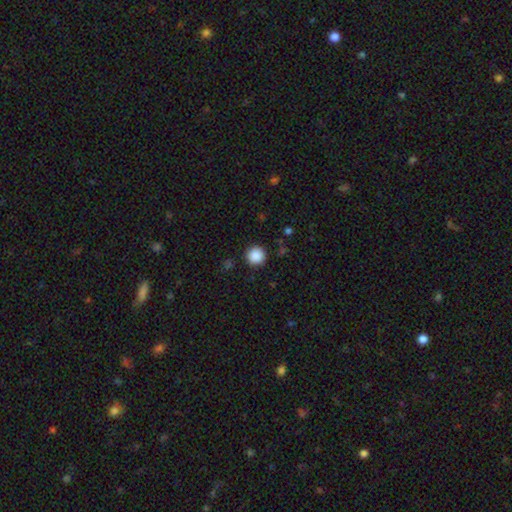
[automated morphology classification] Smooth or featured?
  - smooth: 88% *
  - star or artifact: 9%
  - featured or disk: 3%
How rounded?
  - round: 96% *
  - in between: 3%
  - cigar-shaped: 1%
Merging?
  - none: 91% *
  - minor disturbance: 6%
  - major disturbance: 2%
  - merger: 1%